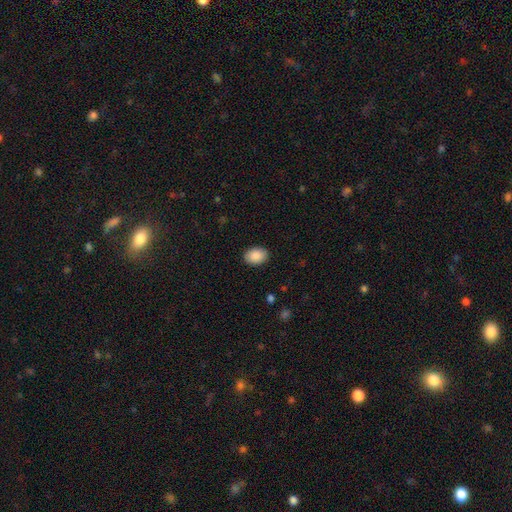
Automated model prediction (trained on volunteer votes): smooth_or_featured: smooth (p=0.90) [alt: star or artifact p=0.07]
how_rounded: in between (p=0.79) [alt: round p=0.20]
merging: none (p=0.89) [alt: minor disturbance p=0.08]